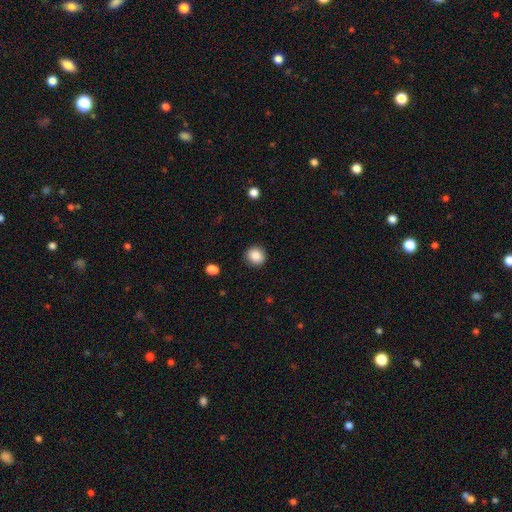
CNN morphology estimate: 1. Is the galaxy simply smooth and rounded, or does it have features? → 87% smooth, 9% star or artifact, 4% featured or disk.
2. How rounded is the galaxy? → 85% round, 14% in between, 1% cigar-shaped.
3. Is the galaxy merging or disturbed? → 89% none, 8% minor disturbance, 2% major disturbance, 1% merger.